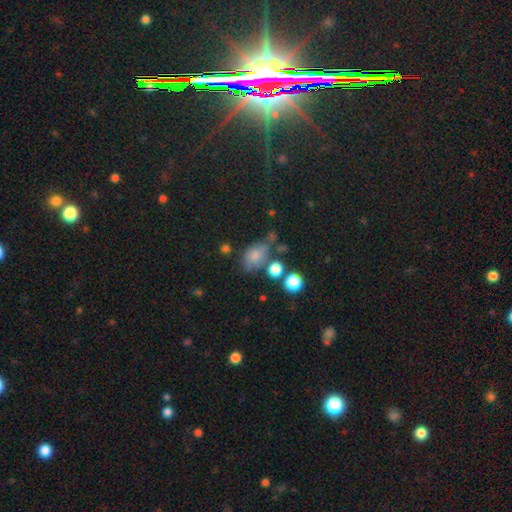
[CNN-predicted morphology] Smooth or featured: smooth — 73% (featured or disk — 14%)
How rounded: in between — 74% (round — 24%)
Merging: none — 44% (minor disturbance — 27%)